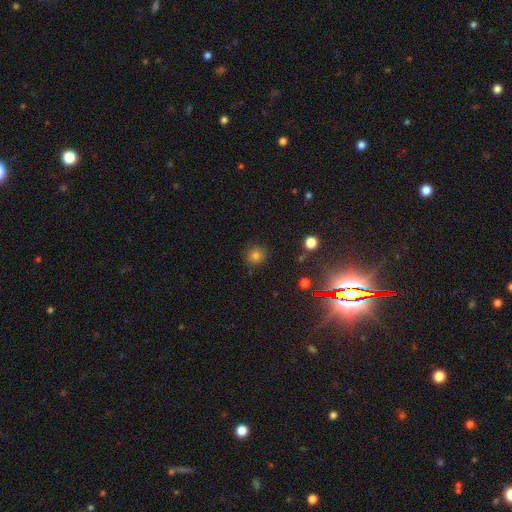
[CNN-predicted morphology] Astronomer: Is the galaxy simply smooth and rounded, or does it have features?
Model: smooth — 76%.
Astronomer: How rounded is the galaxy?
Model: round — 89%.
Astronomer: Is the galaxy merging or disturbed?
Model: none — 85%.